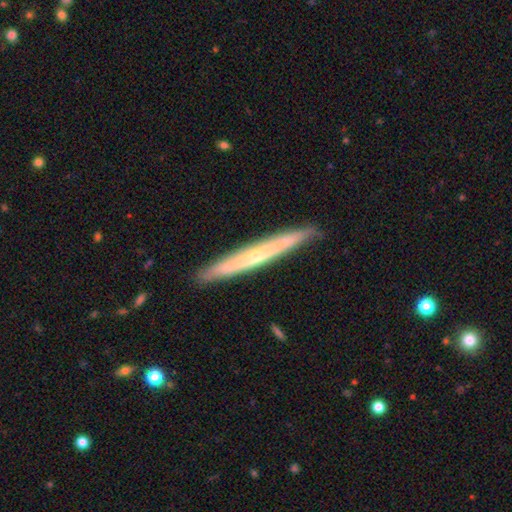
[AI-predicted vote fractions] Smooth or featured? featured or disk (61%)
Edge-on disk? yes (92%)
Edge-on bulge? none (57%)
Merging? none (88%)